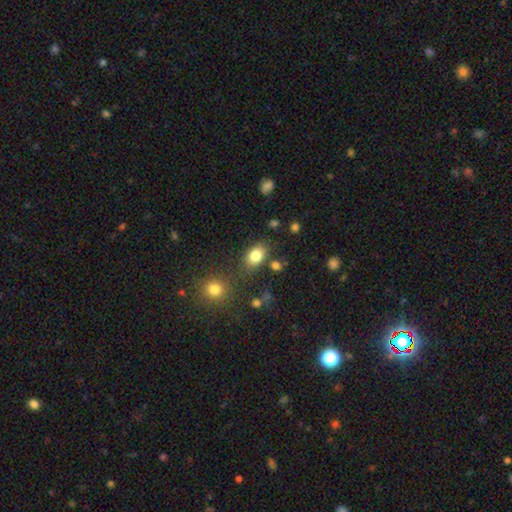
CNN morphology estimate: Overall: smooth (82%). How rounded: in between (77%). Merging: none (73%).